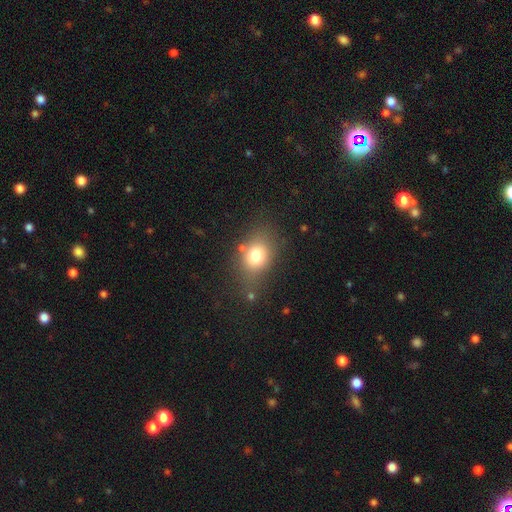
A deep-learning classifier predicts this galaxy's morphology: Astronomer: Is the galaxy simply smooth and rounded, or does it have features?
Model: smooth — 75%.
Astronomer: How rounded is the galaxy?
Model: in between — 58% (runner-up: round, 41%).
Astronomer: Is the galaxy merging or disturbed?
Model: none — 69%.